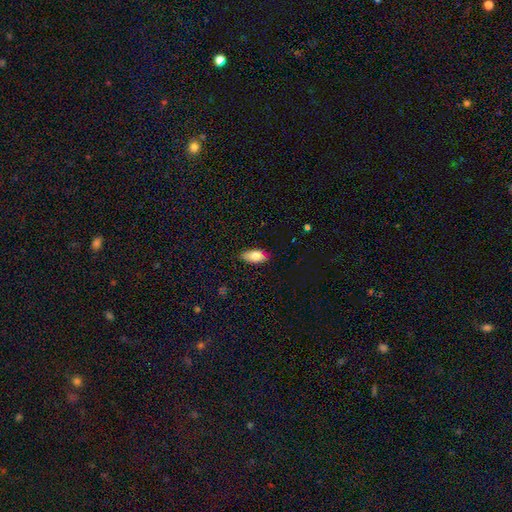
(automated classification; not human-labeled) Morphology: type=smooth (78%); roundness=in between (88%); merging=none (84%).